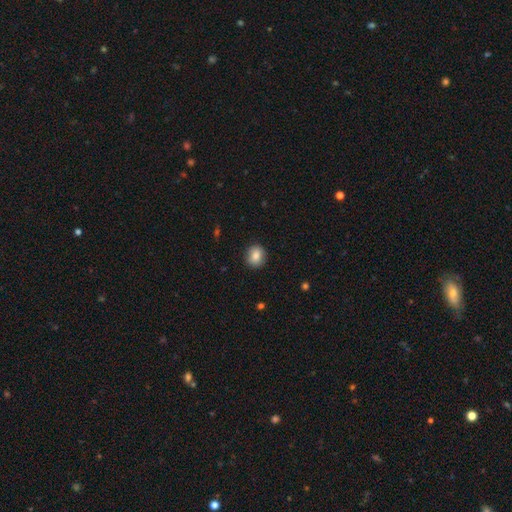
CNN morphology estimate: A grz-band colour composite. It shows a smooth galaxy with no disk features (84%) that is round (79%). Merging: none (89%).